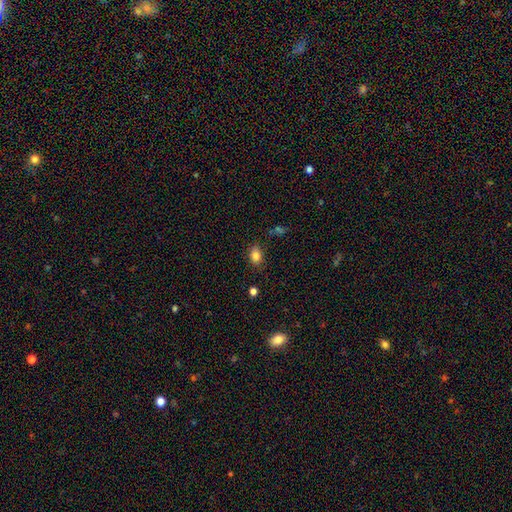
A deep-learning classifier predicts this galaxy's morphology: Overall: smooth (83%). How rounded: in between (78%). Merging: none (82%).